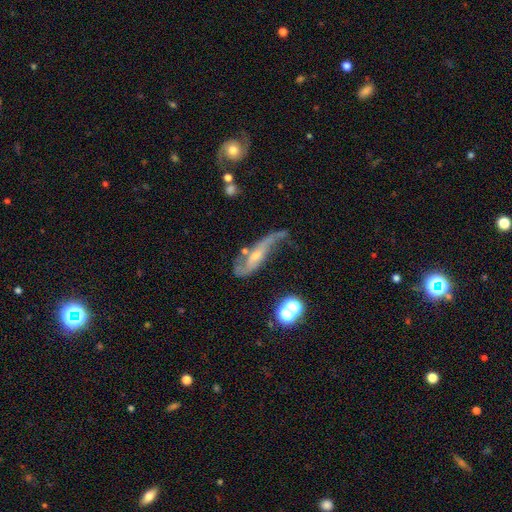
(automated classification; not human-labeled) featured or disk 73%, smooth 17%, star or artifact 10%. Down the decision tree: edge-on disk — no (79%); bar — no (50%); spiral arms — yes (84%); bulge size — small (61%); merging — none (33%).